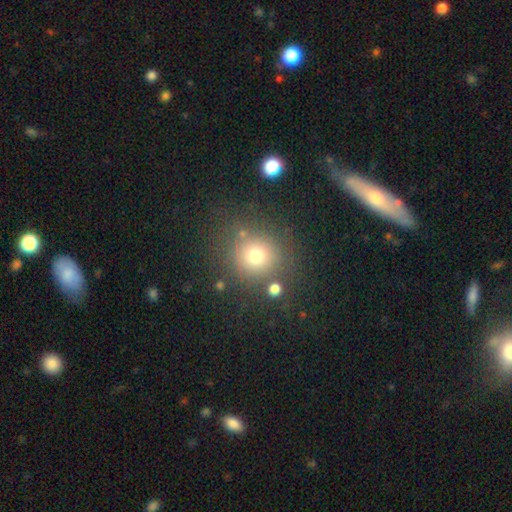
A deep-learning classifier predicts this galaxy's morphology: This is likely a smooth galaxy (73%). How rounded: clearly round (89%). Merging: likely none (79%).